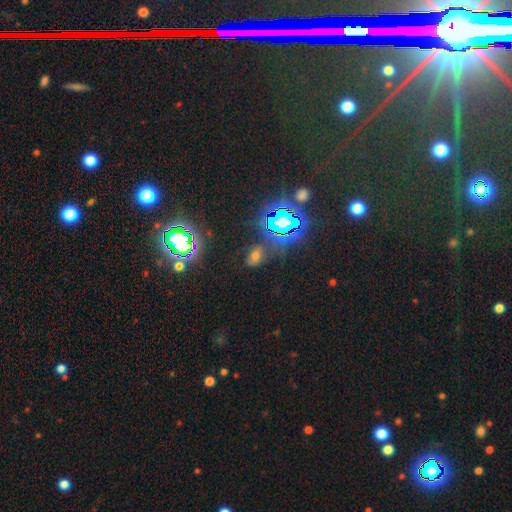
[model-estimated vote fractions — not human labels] The model was most divided on "smooth or featured": star or artifact: 46%, smooth: 41%, featured or disk: 13%.